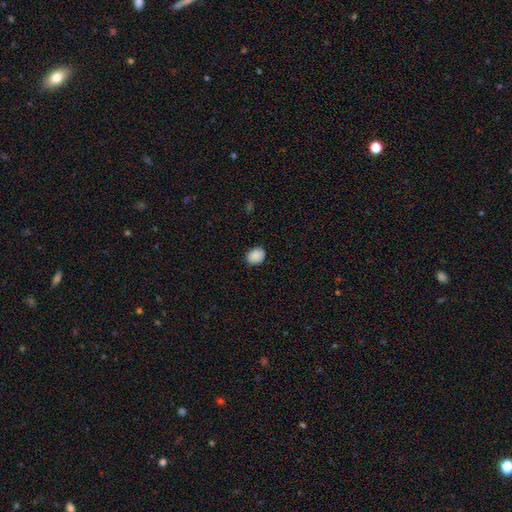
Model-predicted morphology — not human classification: A smooth galaxy with no disk features (90%) that is in between round and cigar-shaped (56%).

Vote fractions:
- Smooth or featured? smooth: 90% / star or artifact: 8% / featured or disk: 3%
- How rounded? in between: 56% / round: 43% / cigar-shaped: 1%
- Merging? none: 88% / minor disturbance: 9% / major disturbance: 2% / merger: 1%